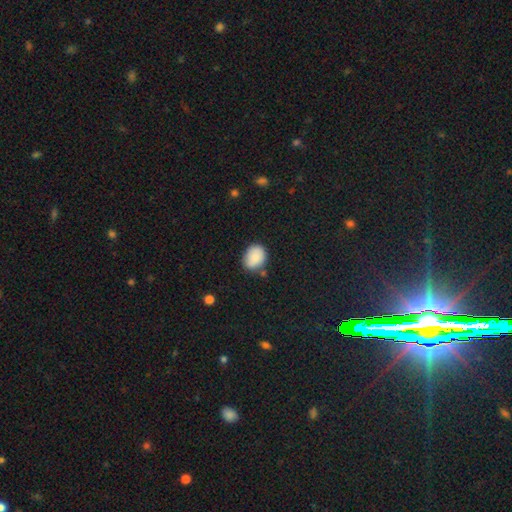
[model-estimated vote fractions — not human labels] This is clearly a smooth galaxy (87%). How rounded: possibly in between (54%). Merging: likely none (70%).